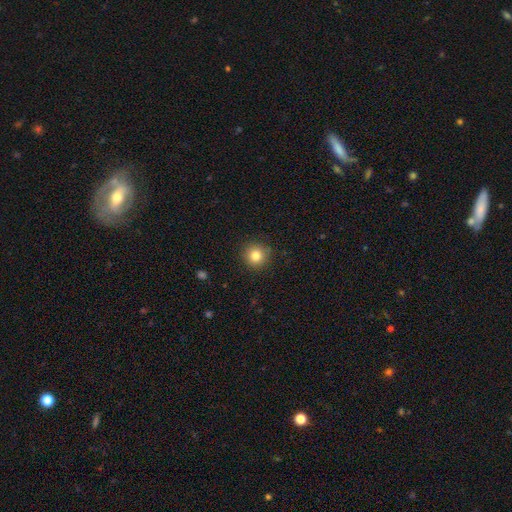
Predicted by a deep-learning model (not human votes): smooth 82%, star or artifact 11%, featured or disk 6%. Down the decision tree: how rounded — round (94%); merging — none (90%).